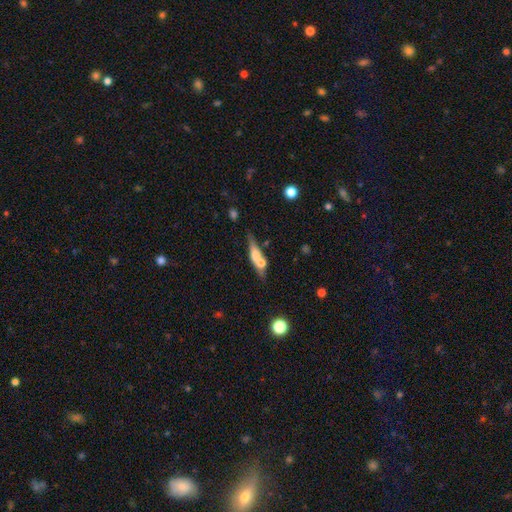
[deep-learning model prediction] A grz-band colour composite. It shows a featured or disk galaxy (47%). Merging: none (51%).